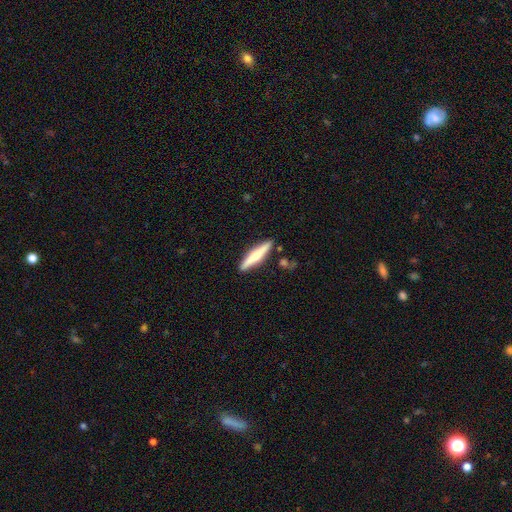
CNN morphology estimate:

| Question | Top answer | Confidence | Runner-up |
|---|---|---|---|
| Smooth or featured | smooth | 53% | featured or disk (41%) |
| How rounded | cigar-shaped | 89% | in between (10%) |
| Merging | none | 87% | minor disturbance (9%) |